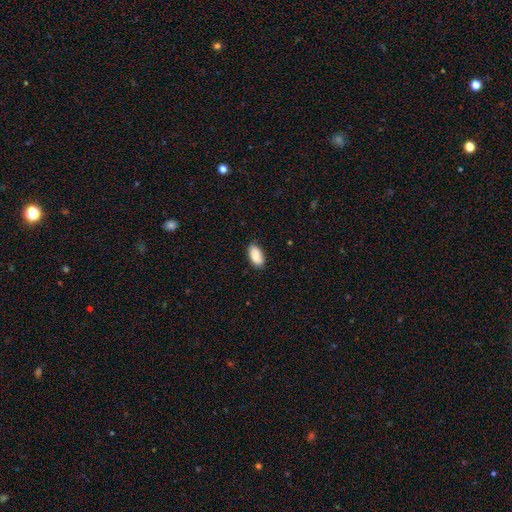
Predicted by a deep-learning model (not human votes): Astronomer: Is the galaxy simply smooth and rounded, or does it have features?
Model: smooth — 88%.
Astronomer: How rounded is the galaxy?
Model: in between — 94%.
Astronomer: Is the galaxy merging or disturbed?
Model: none — 84%.